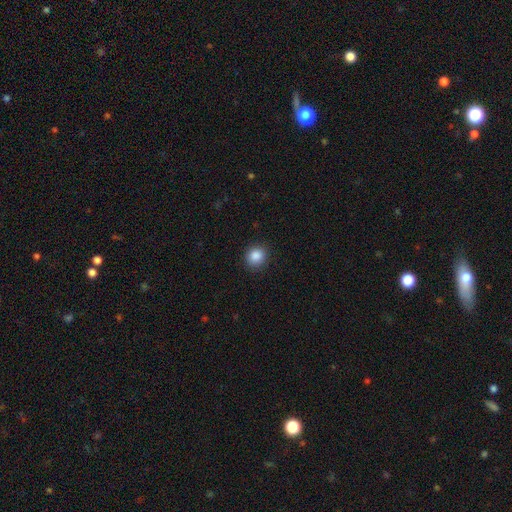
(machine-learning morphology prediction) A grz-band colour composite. It shows a smooth galaxy with no disk features (87%) that is round (86%). Merging: none (90%).